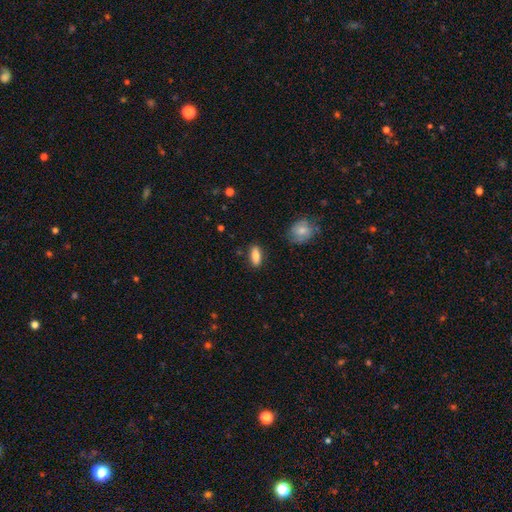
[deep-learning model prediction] This is clearly a smooth galaxy (82%). How rounded: likely in between (80%). Merging: clearly none (85%).